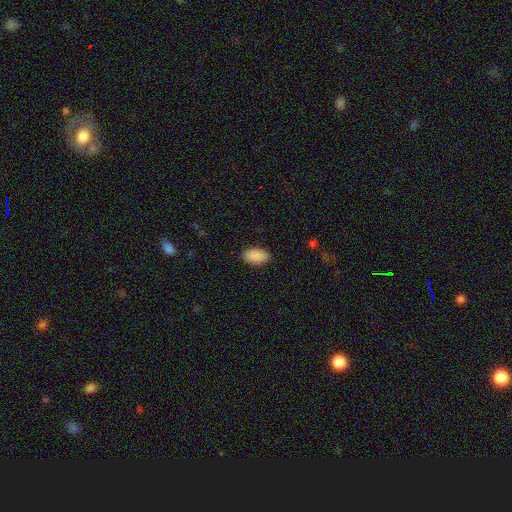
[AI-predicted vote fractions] Smooth or featured? Predicted: smooth (p=0.91). How rounded? Predicted: in between (p=0.95). Merging? Predicted: none (p=0.88).